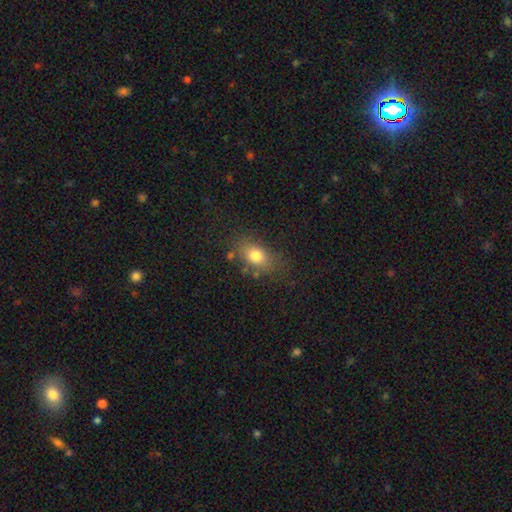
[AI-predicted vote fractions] smooth_or_featured: smooth (p=0.77) [alt: featured or disk p=0.12]
how_rounded: in between (p=0.75) [alt: round p=0.22]
merging: none (p=0.73) [alt: minor disturbance p=0.17]